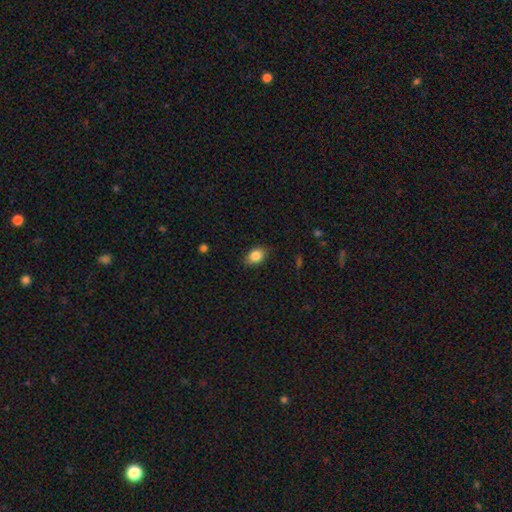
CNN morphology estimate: Smooth or featured: smooth — 84% (star or artifact — 9%)
How rounded: in between — 72% (round — 27%)
Merging: none — 82% (minor disturbance — 14%)